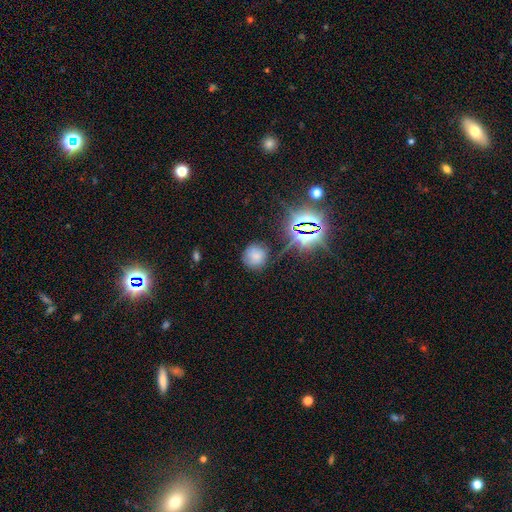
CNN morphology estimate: The model was most divided on "smooth or featured": smooth: 65%, star or artifact: 22%, featured or disk: 12%. More confident: how rounded — round (88%); merging — none (76%).